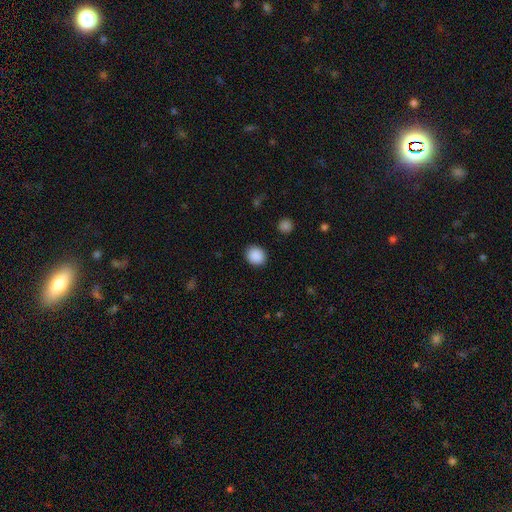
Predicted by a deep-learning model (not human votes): smooth 89%, star or artifact 8%, featured or disk 2%. Down the decision tree: how rounded — round (72%); merging — none (90%).